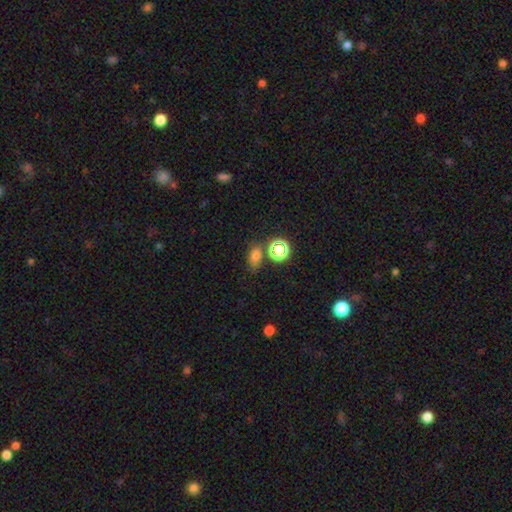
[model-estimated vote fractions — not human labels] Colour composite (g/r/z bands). It shows a smooth galaxy with no disk features (66%) that is in between round and cigar-shaped (71%). Merging: none (68%).